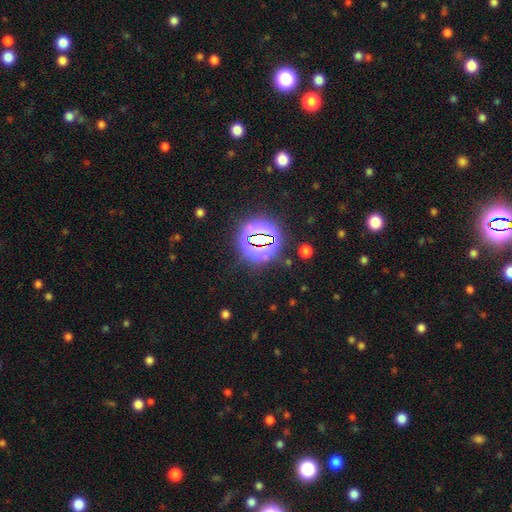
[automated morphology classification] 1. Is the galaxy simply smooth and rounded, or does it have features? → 81% star or artifact, 11% smooth, 7% featured or disk.